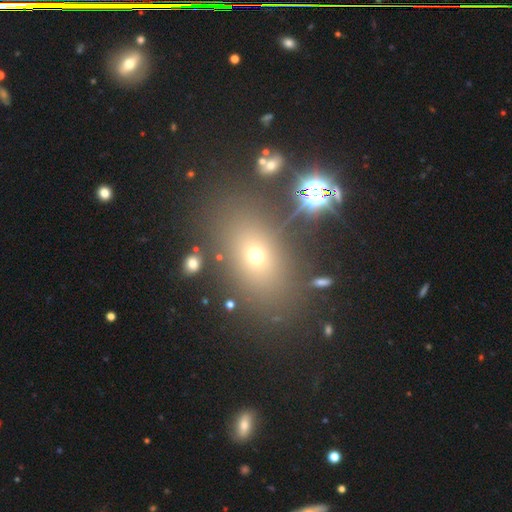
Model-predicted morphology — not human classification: smooth 60%, star or artifact 24%, featured or disk 16%. Down the decision tree: how rounded — in between (71%); merging — none (81%).